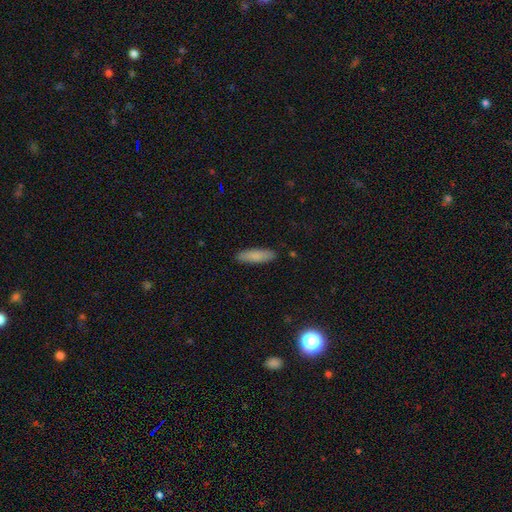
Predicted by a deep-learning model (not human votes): Overall: smooth (83%). How rounded: cigar-shaped (60%; in between 39%). Merging: none (88%).